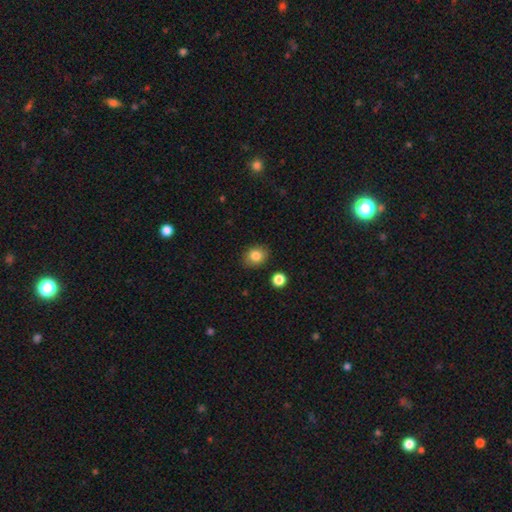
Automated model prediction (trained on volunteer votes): The model was most divided on "how rounded": round: 53%, in between: 46%, cigar-shaped: 1%. More confident: merging — none (86%); smooth or featured — smooth (84%).